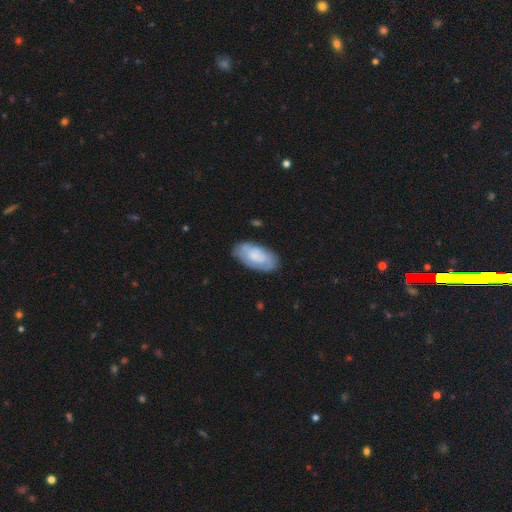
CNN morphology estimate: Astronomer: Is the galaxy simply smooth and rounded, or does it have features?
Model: smooth — 53% (runner-up: featured or disk, 41%).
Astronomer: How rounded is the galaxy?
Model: in between — 93%.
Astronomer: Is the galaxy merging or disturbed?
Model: none — 74%.